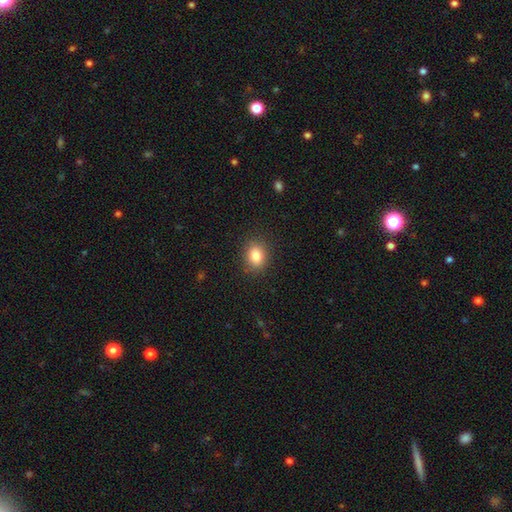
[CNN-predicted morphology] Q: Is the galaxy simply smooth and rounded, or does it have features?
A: smooth — 83%.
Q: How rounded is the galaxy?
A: round — 54%.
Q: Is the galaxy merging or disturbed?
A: none — 88%.